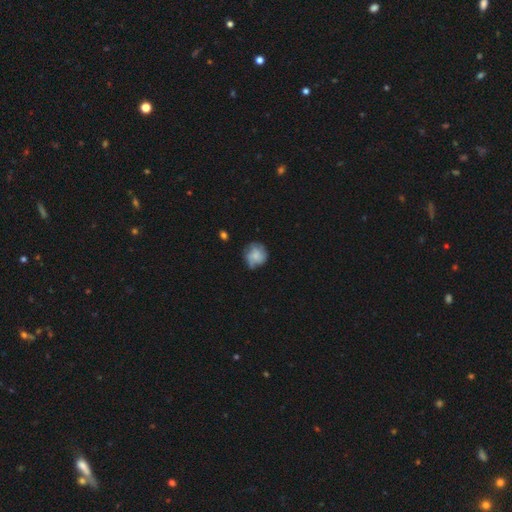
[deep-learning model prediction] Morphology: type=smooth (56%); roundness=round (82%); merging=none (63%).